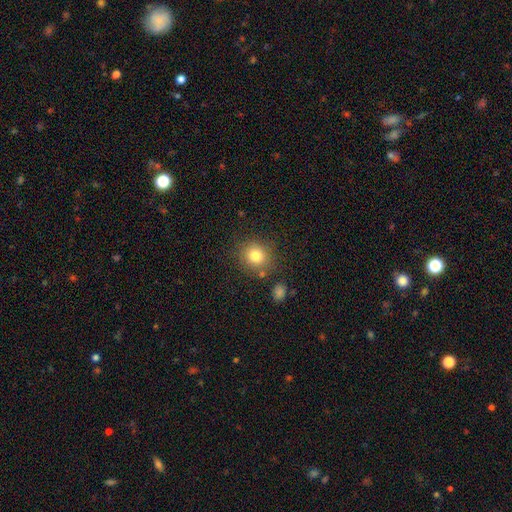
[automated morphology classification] Smooth or featured? smooth (80%)
How rounded? round (82%)
Merging? none (79%)